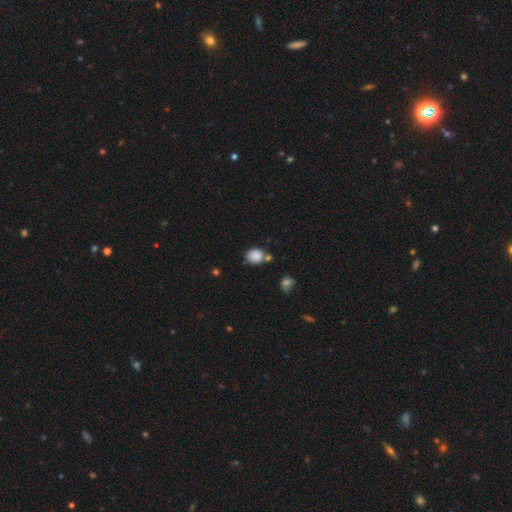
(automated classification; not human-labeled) The model was most divided on "how rounded": round: 70%, in between: 29%, cigar-shaped: 1%. More confident: smooth or featured — smooth (86%); merging — none (65%).